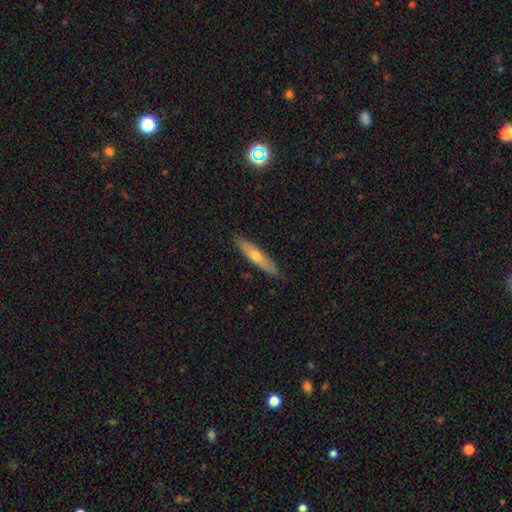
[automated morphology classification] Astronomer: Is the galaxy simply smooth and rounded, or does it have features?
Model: smooth — 49% (runner-up: featured or disk, 45%).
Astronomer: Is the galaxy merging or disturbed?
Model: none — 88%.